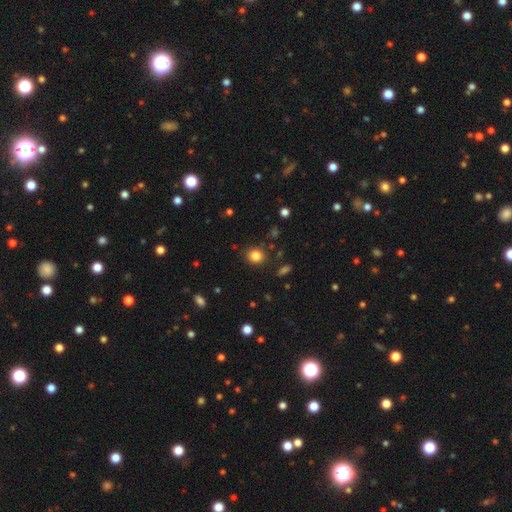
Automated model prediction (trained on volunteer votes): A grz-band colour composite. It shows a smooth galaxy with no disk features (83%) that is round (76%). Merging: none (86%).